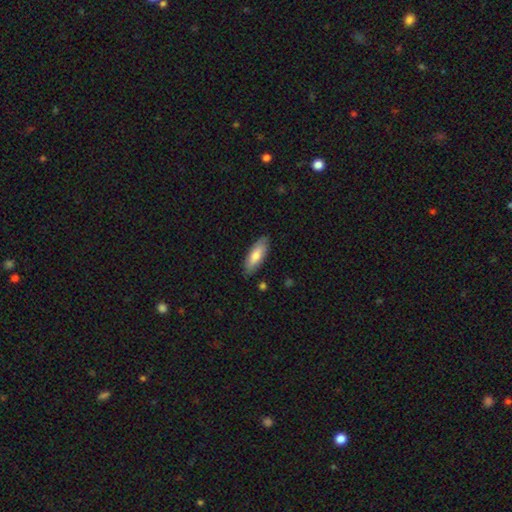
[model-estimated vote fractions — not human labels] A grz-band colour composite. It shows a smooth galaxy with no disk features (75%) that is in between round and cigar-shaped (68%). Merging: none (85%).